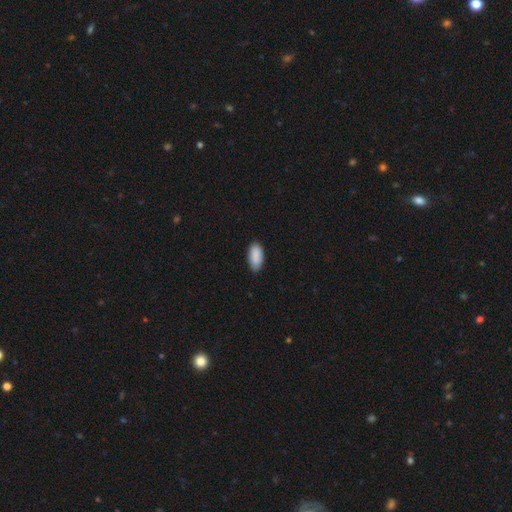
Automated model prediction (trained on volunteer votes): Smooth or featured: smooth — 90% (star or artifact — 6%)
How rounded: in between — 92% (cigar-shaped — 6%)
Merging: none — 84% (minor disturbance — 13%)